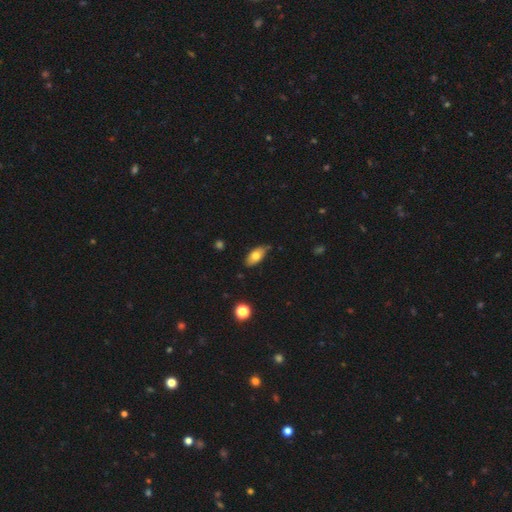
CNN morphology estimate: A smooth galaxy with no disk features (73%) that is in between round and cigar-shaped (87%).

Vote fractions:
- Smooth or featured? smooth: 73% / featured or disk: 20% / star or artifact: 7%
- How rounded? in between: 87% / cigar-shaped: 9% / round: 3%
- Merging? none: 75% / minor disturbance: 20% / major disturbance: 3% / merger: 2%